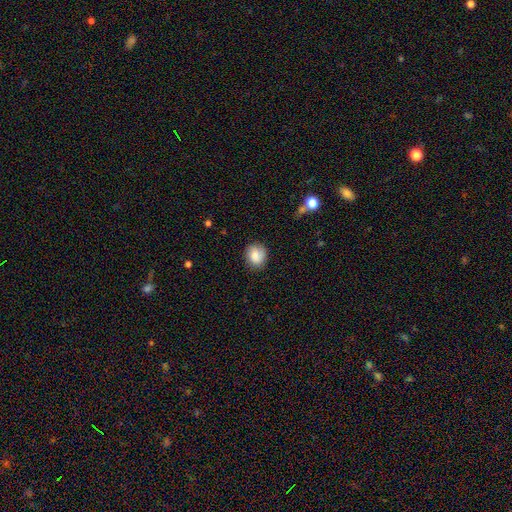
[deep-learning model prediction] Smooth or featured: smooth — 80% (featured or disk — 12%)
How rounded: round — 74% (in between — 25%)
Merging: none — 80% (minor disturbance — 15%)